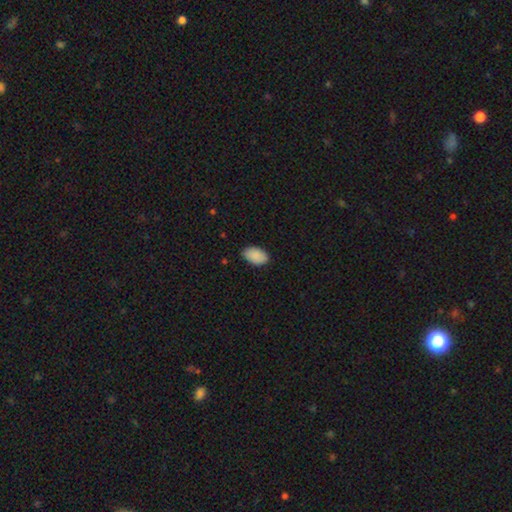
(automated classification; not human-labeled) This appears to be a smooth galaxy with no disk features (90%) that is in between round and cigar-shaped (93%). Merging: none (85%).